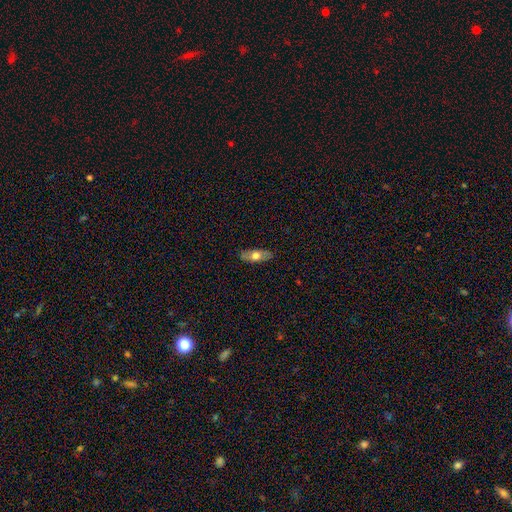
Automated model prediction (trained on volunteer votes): smooth 62%, featured or disk 31%, star or artifact 6%. Down the decision tree: how rounded — in between (74%); merging — none (85%).